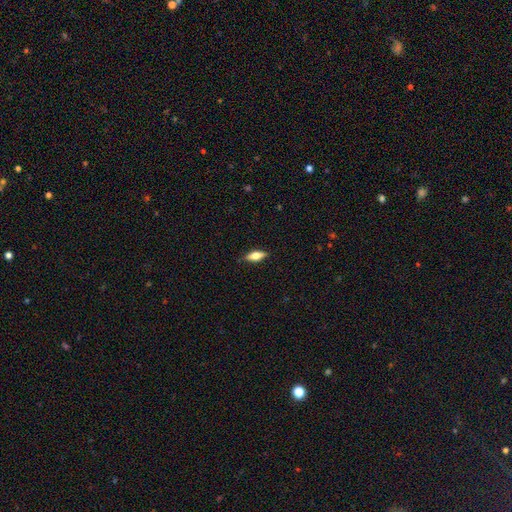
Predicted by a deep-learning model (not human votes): Q: Smooth or featured?
A: smooth (60%); runner-up: featured or disk (33%)
Q: How rounded?
A: in between (69%); runner-up: cigar-shaped (28%)
Q: Merging?
A: none (87%); runner-up: minor disturbance (10%)